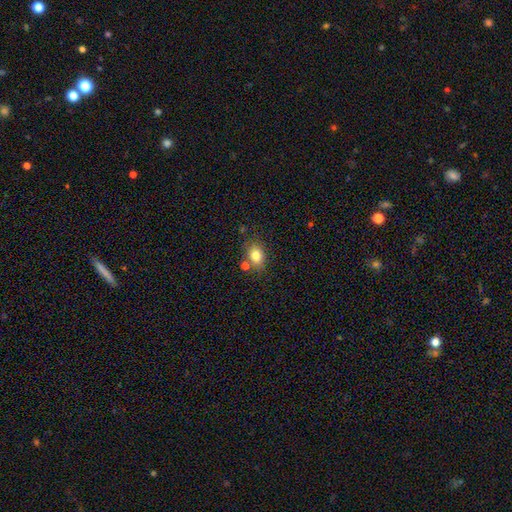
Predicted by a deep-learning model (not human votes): Smooth or featured? smooth (80%)
How rounded? in between (61%)
Merging? none (71%)